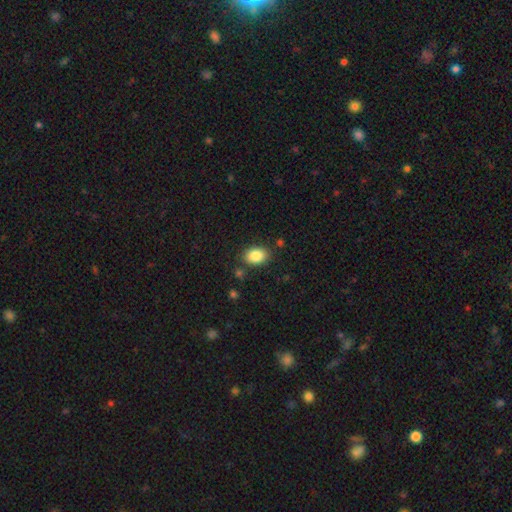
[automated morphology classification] A smooth galaxy with no disk features (87%) that is in between round and cigar-shaped (80%). Merging: none (83%).